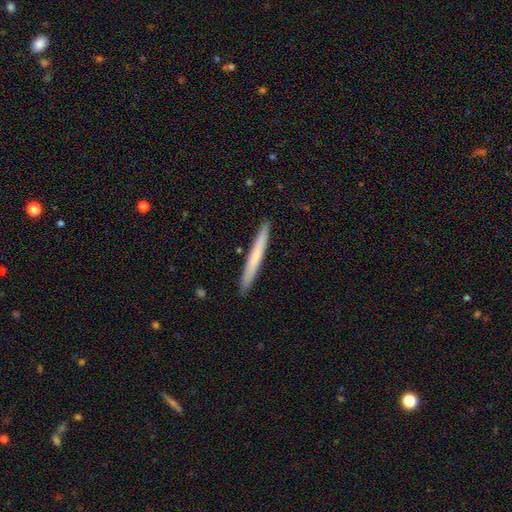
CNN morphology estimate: Smooth or featured?
  - smooth: 61% *
  - featured or disk: 34%
  - star or artifact: 5%
How rounded?
  - cigar-shaped: 97% *
  - in between: 2%
  - round: 1%
Merging?
  - none: 92% *
  - minor disturbance: 6%
  - major disturbance: 1%
  - merger: 1%